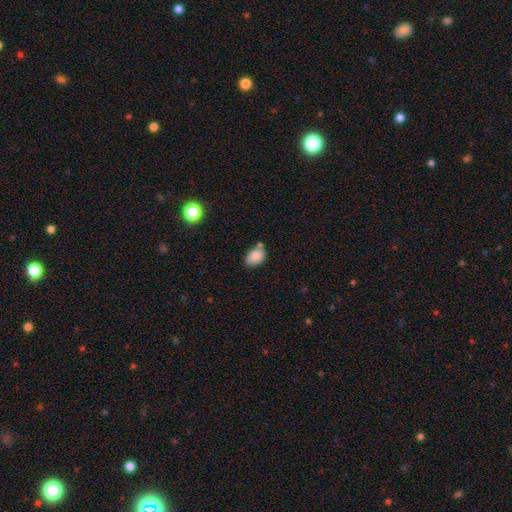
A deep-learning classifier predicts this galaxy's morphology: Overall: smooth (83%). How rounded: in between (80%). Merging: none (58%; minor disturbance 24%).